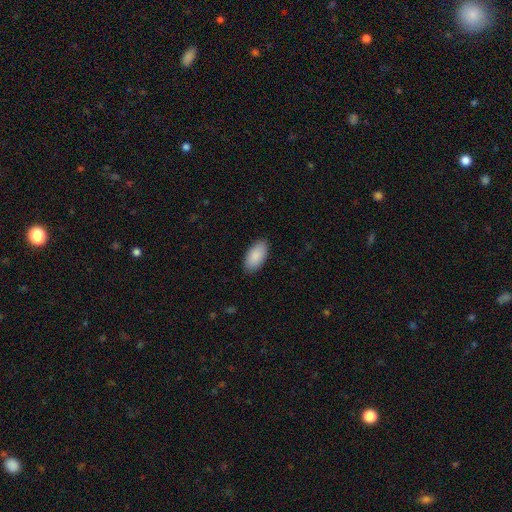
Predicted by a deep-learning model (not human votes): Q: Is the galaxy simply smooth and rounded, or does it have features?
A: smooth — 90%.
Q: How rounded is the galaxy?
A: in between — 95%.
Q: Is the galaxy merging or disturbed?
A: none — 87%.